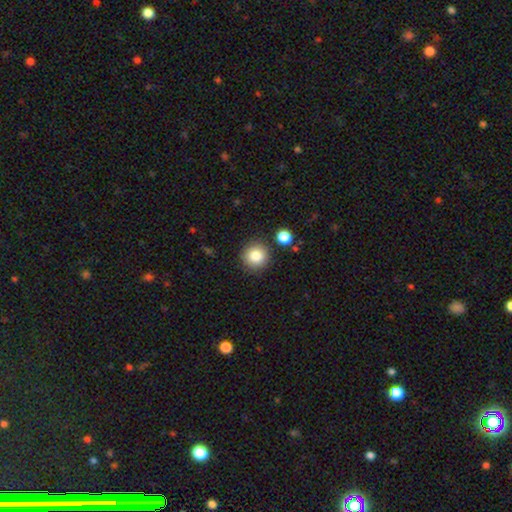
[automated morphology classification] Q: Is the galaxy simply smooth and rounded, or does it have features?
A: smooth — 83%.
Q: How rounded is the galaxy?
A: round — 93%.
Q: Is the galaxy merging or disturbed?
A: none — 86%.